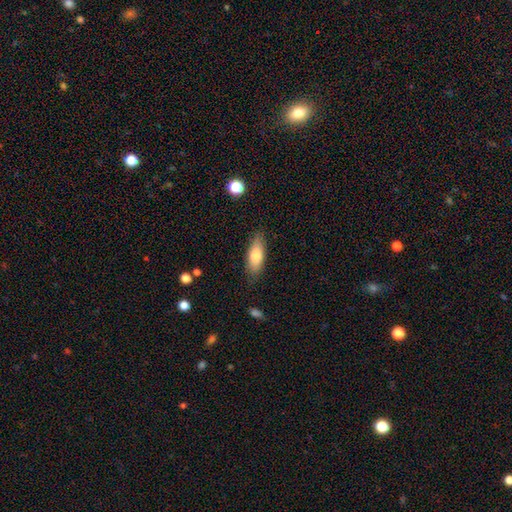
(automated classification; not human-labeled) smooth_or_featured: smooth (p=0.74) [alt: featured or disk p=0.19]
how_rounded: in between (p=0.71) [alt: cigar-shaped p=0.27]
merging: none (p=0.82) [alt: minor disturbance p=0.14]